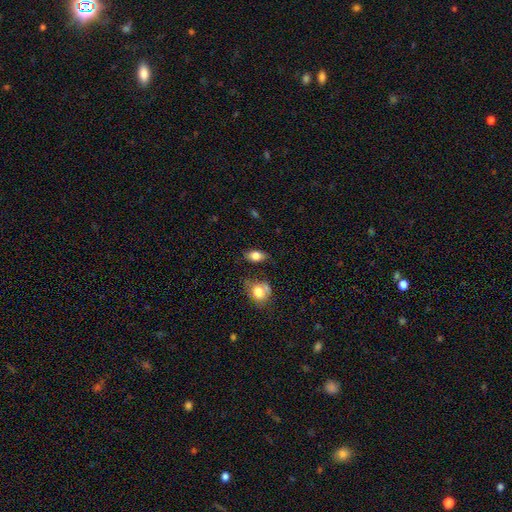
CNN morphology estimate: Smooth or featured? smooth (79%)
How rounded? in between (87%)
Merging? none (73%)